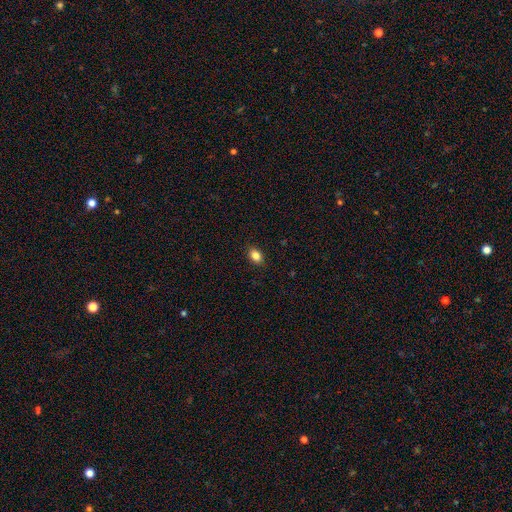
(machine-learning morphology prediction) A smooth galaxy with no disk features (85%) that is in between round and cigar-shaped (79%).

Vote fractions:
- Smooth or featured? smooth: 85% / star or artifact: 9% / featured or disk: 5%
- How rounded? in between: 79% / round: 20% / cigar-shaped: 1%
- Merging? none: 89% / minor disturbance: 8% / major disturbance: 2% / merger: 1%